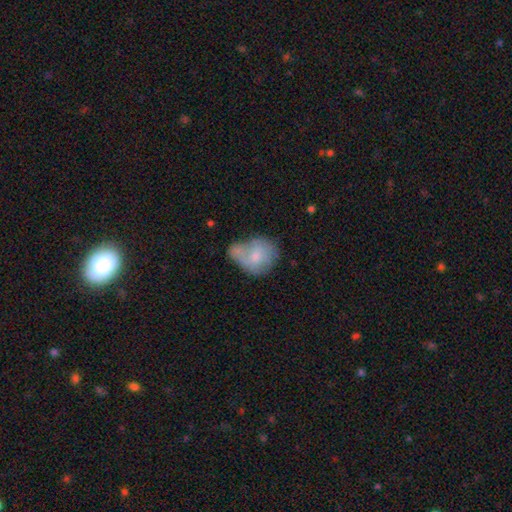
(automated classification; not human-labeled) Q: Smooth or featured?
A: smooth (61%); runner-up: featured or disk (32%)
Q: How rounded?
A: round (54%); runner-up: in between (45%)
Q: Merging?
A: merger (35%); runner-up: none (27%)